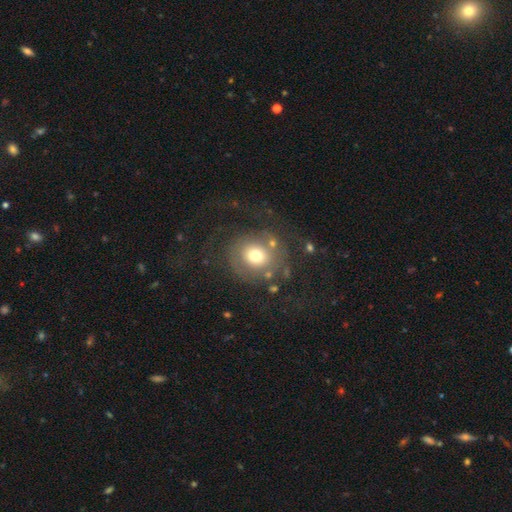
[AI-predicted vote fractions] Q: Smooth or featured?
A: smooth (57%); runner-up: featured or disk (31%)
Q: How rounded?
A: round (81%); runner-up: in between (18%)
Q: Merging?
A: none (61%); runner-up: major disturbance (19%)